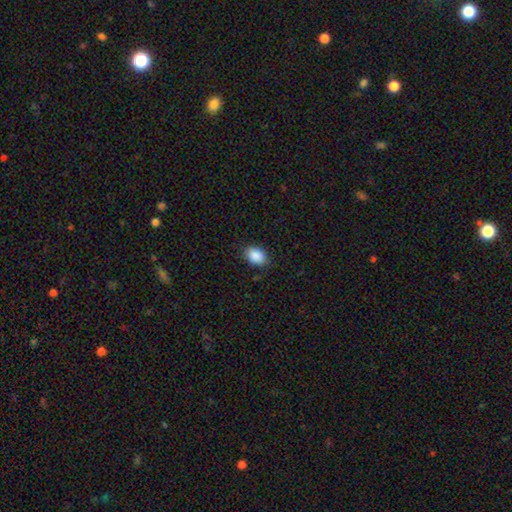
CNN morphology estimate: A smooth galaxy with no disk features (89%) that is in between round and cigar-shaped (81%).

Vote fractions:
- Smooth or featured? smooth: 89% / star or artifact: 8% / featured or disk: 3%
- How rounded? in between: 81% / round: 18% / cigar-shaped: 1%
- Merging? none: 86% / minor disturbance: 11% / major disturbance: 2% / merger: 1%